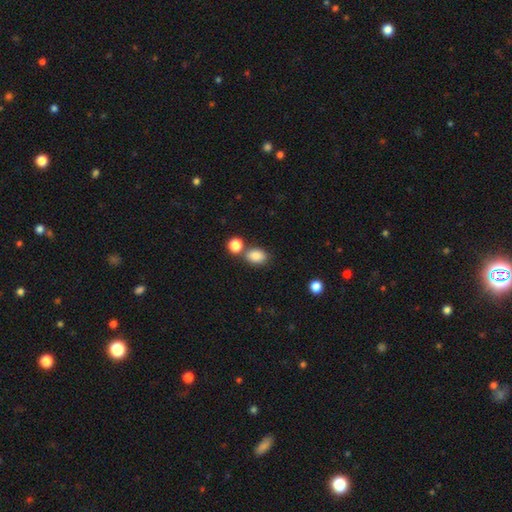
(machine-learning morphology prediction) smooth_or_featured: smooth (p=0.86) [alt: star or artifact p=0.09]
how_rounded: in between (p=0.76) [alt: round p=0.23]
merging: none (p=0.60) [alt: merger p=0.23]